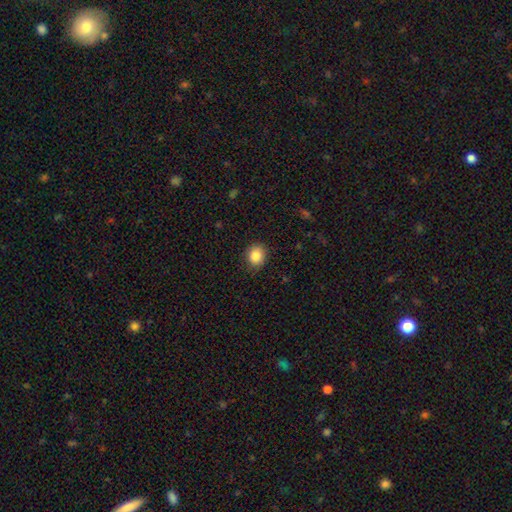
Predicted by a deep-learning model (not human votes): Q: Smooth or featured?
A: smooth (86%); runner-up: star or artifact (9%)
Q: How rounded?
A: round (73%); runner-up: in between (26%)
Q: Merging?
A: none (86%); runner-up: minor disturbance (10%)